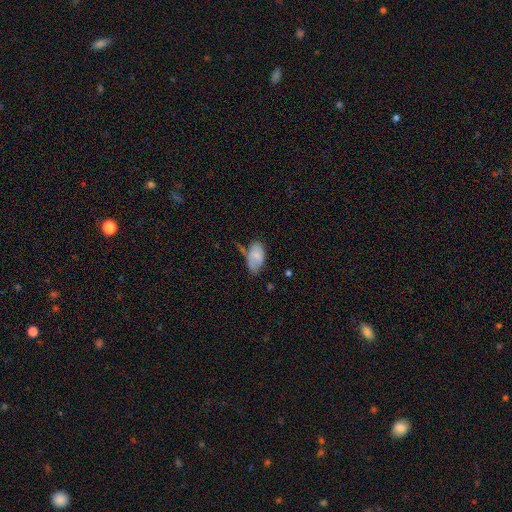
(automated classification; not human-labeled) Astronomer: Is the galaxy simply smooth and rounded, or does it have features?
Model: smooth — 70%.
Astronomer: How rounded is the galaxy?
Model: in between — 94%.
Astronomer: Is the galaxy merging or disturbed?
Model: none — 42% (runner-up: minor disturbance, 36%).